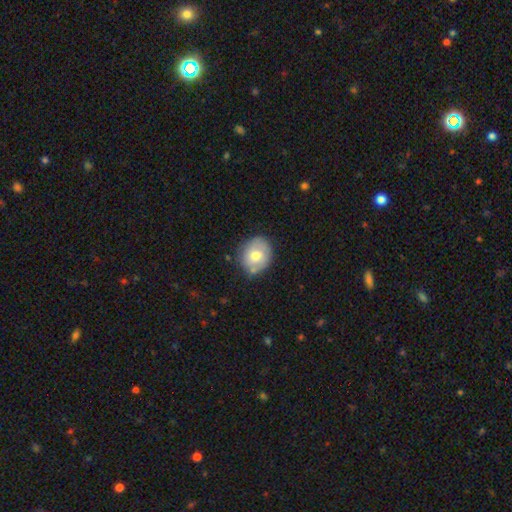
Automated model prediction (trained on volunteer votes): Q: Smooth or featured?
A: smooth (70%); runner-up: featured or disk (23%)
Q: How rounded?
A: round (70%); runner-up: in between (29%)
Q: Merging?
A: none (71%); runner-up: minor disturbance (20%)